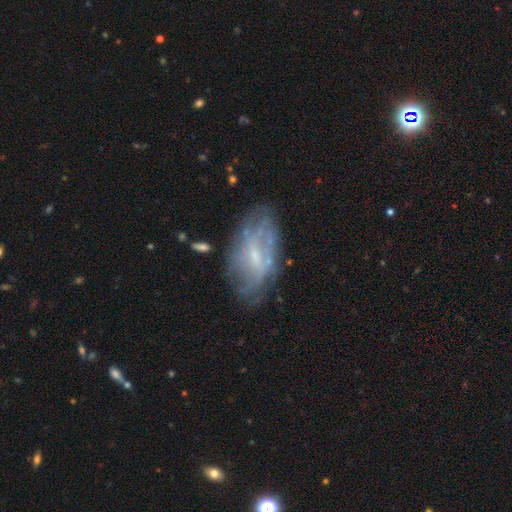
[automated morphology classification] Q: Smooth or featured?
A: featured or disk (67%); runner-up: smooth (25%)
Q: Edge-on disk?
A: no (92%); runner-up: yes (8%)
Q: Bar?
A: weak (51%); runner-up: no (33%)
Q: Spiral arms?
A: yes (59%); runner-up: no (41%)
Q: Bulge size?
A: small (58%); runner-up: moderate (25%)
Q: Merging?
A: none (62%); runner-up: minor disturbance (23%)